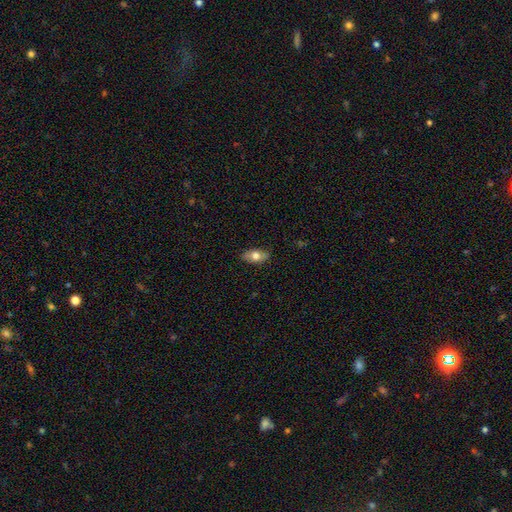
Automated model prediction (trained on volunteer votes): Smooth or featured? Predicted: smooth (p=0.69). How rounded? Predicted: in between (p=0.89). Merging? Predicted: none (p=0.85).